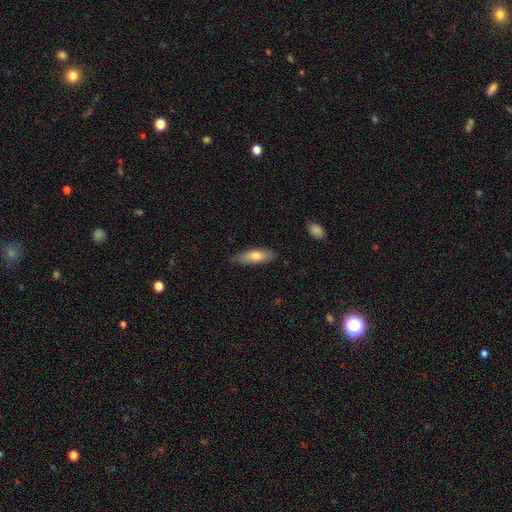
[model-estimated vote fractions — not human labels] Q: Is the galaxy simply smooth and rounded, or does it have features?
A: smooth — 75%.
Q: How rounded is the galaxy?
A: in between — 55%.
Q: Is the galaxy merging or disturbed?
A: none — 79%.